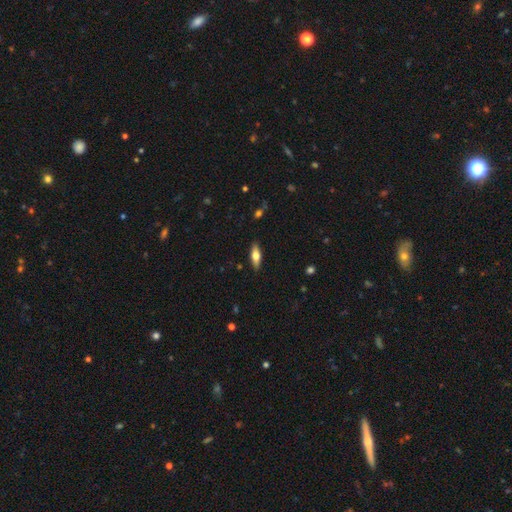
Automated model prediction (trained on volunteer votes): Morphology: type=smooth (57%); roundness=in between (54%); merging=none (89%).